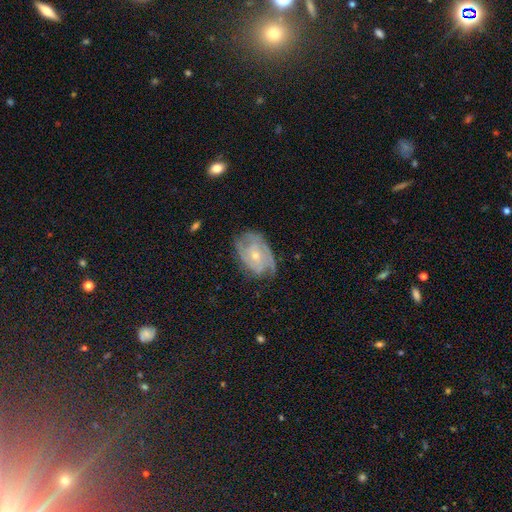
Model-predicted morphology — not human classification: smooth_or_featured: featured or disk (p=0.77) [alt: smooth p=0.17]
disk_edge_on: no (p=0.96) [alt: yes p=0.04]
bar: no (p=0.71) [alt: weak p=0.24]
has_spiral_arms: yes (p=0.89) [alt: no p=0.11]
spiral_winding: tight (p=0.55) [alt: medium p=0.34]
spiral_arm_count: can't tell (p=0.33) [alt: 2 p=0.32]
bulge_size: small (p=0.62) [alt: moderate p=0.34]
merging: none (p=0.65) [alt: minor disturbance p=0.25]